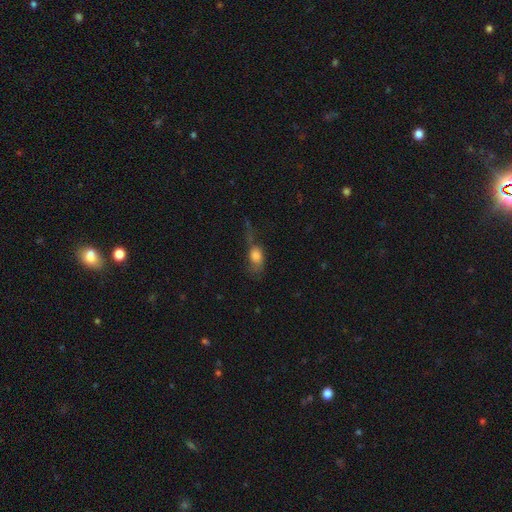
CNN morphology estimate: smooth-or-featured: smooth: 71% | featured or disk: 18% | star or artifact: 10%
  how-rounded: in between: 73% | round: 19% | cigar-shaped: 8%
  merging: major disturbance: 40% | none: 29% | minor disturbance: 24% | merger: 6%